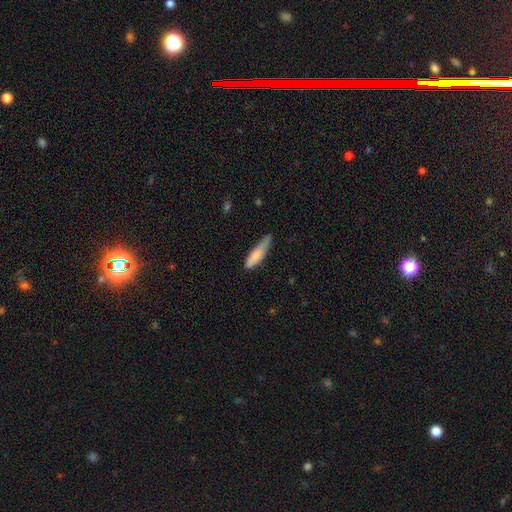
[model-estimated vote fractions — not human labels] The model was most divided on "merging": none: 51%, minor disturbance: 38%, major disturbance: 8%, merger: 3%. More confident: smooth or featured — smooth (77%); how rounded — cigar-shaped (67%).